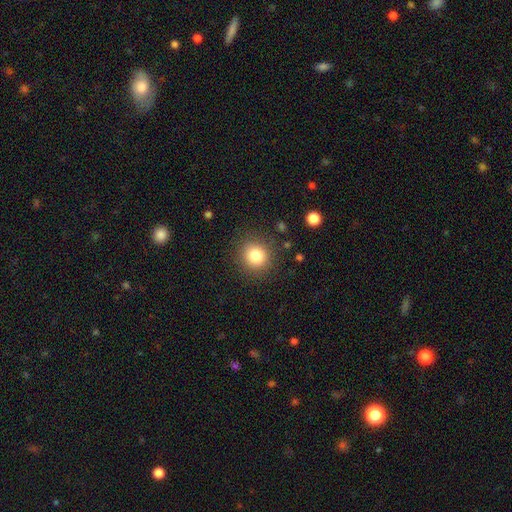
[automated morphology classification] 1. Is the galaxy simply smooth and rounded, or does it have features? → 81% smooth, 11% star or artifact, 8% featured or disk.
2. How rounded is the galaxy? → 89% round, 10% in between, 1% cigar-shaped.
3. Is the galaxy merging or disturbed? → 87% none, 8% minor disturbance, 3% major disturbance, 1% merger.